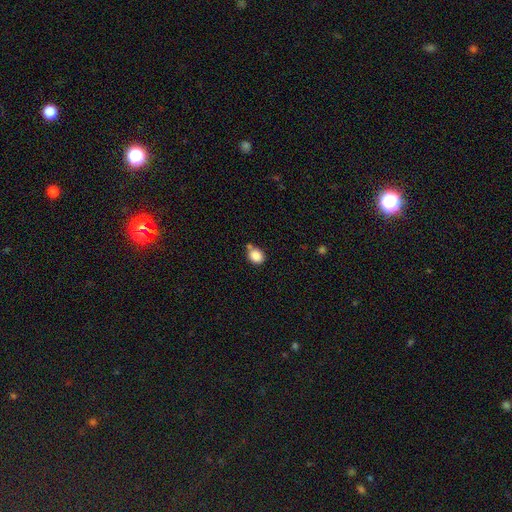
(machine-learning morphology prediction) Q: Smooth or featured?
A: smooth (86%); runner-up: star or artifact (9%)
Q: How rounded?
A: round (62%); runner-up: in between (37%)
Q: Merging?
A: none (58%); runner-up: minor disturbance (20%)